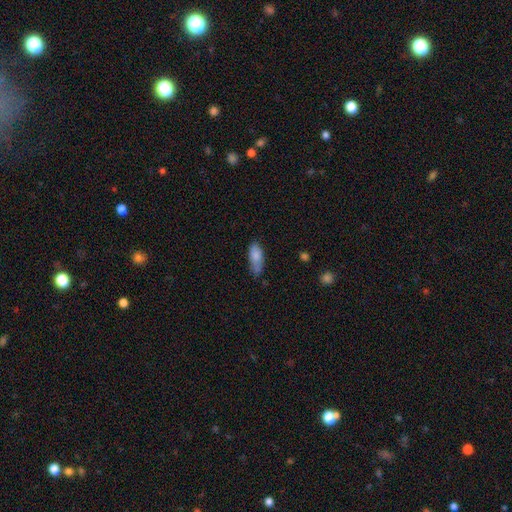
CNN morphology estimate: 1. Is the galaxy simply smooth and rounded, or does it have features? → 82% smooth, 11% featured or disk, 7% star or artifact.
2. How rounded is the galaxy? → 77% in between, 21% cigar-shaped, 2% round.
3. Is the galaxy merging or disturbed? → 59% none, 31% minor disturbance, 7% major disturbance, 3% merger.